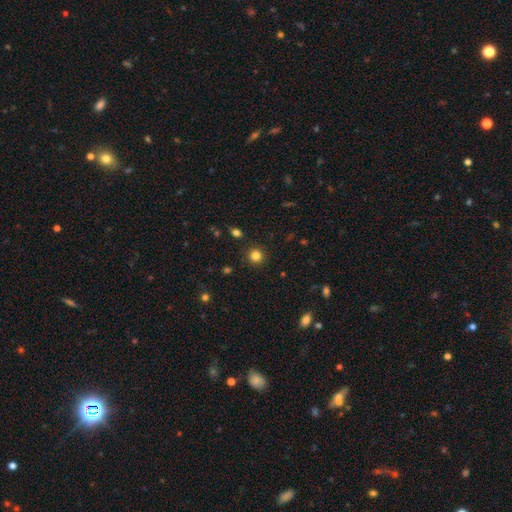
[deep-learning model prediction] smooth_or_featured: smooth (p=0.82) [alt: star or artifact p=0.13]
how_rounded: round (p=0.94) [alt: in between p=0.05]
merging: none (p=0.91) [alt: minor disturbance p=0.05]